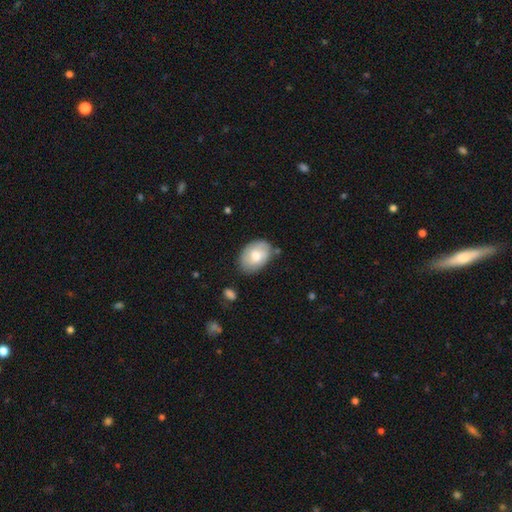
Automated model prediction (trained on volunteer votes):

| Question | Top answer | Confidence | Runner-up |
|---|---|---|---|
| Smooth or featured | smooth | 54% | featured or disk (40%) |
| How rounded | in between | 82% | round (17%) |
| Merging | none | 73% | minor disturbance (20%) |